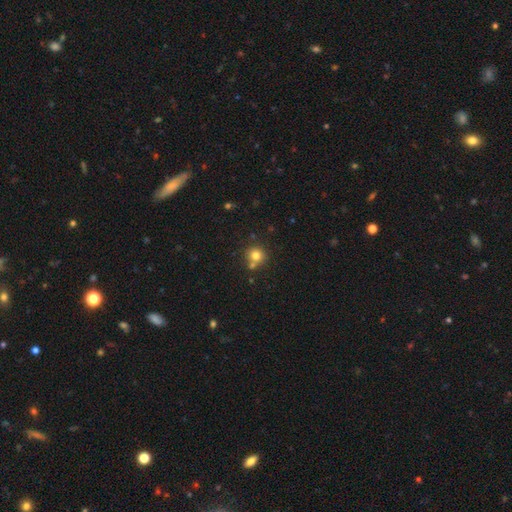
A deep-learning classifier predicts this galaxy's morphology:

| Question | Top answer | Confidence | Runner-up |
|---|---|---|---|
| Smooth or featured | smooth | 78% | star or artifact (13%) |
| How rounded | round | 89% | in between (10%) |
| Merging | none | 65% | merger (21%) |